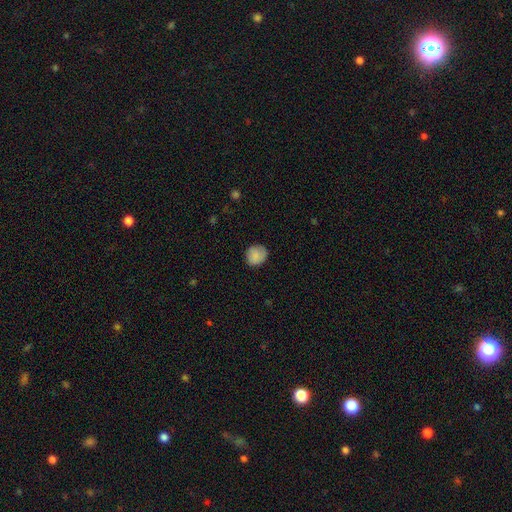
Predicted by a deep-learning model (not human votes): This appears to be a smooth galaxy with no disk features (85%) that is round (84%). Merging: none (82%).